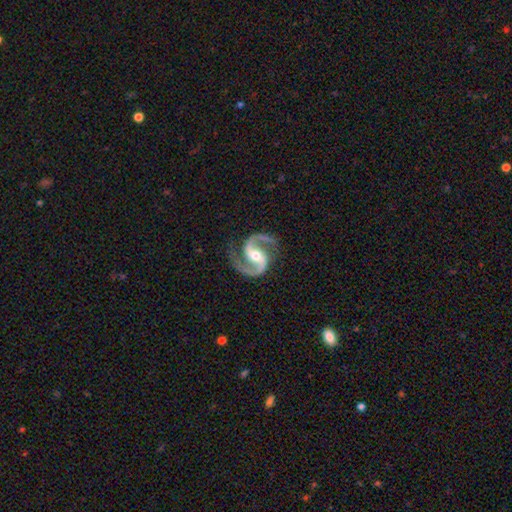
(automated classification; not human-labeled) Smooth or featured? featured or disk (94%)
Edge-on disk? no (98%)
Bar? weak (41%)
Spiral arms? yes (99%)
Spiral winding? medium (68%)
Spiral arm count? 2 (95%)
Bulge size? moderate (66%)
Merging? none (83%)